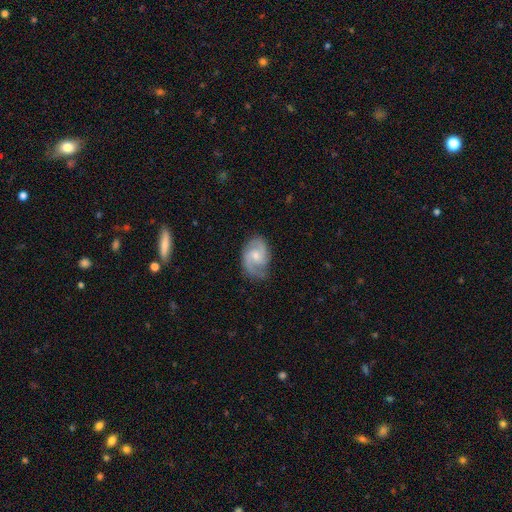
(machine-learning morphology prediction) This appears to be a featured or disk galaxy (82%) with no bar (50%), 2 (83%) medium (55%) spiral arms (97%) and a small central bulge (47%). Merging: none (76%).